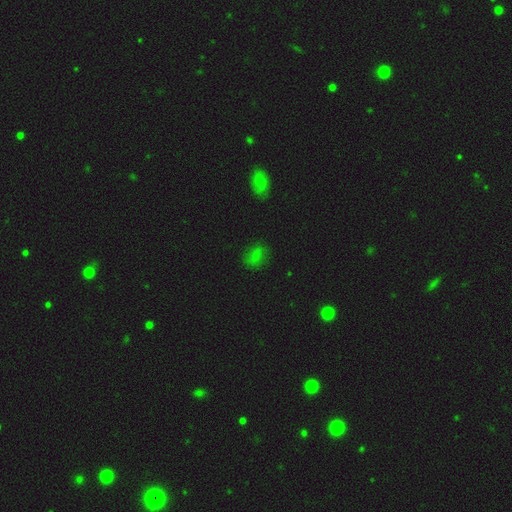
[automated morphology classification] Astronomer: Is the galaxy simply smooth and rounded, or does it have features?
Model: smooth — 61%.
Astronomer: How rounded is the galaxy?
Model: in between — 55% (runner-up: round, 43%).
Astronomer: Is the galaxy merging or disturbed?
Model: none — 78%.